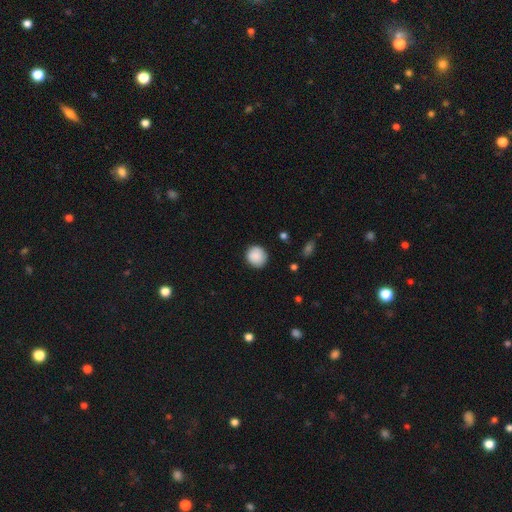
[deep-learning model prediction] smooth 89%, star or artifact 8%, featured or disk 4%. Down the decision tree: how rounded — round (90%); merging — none (88%).